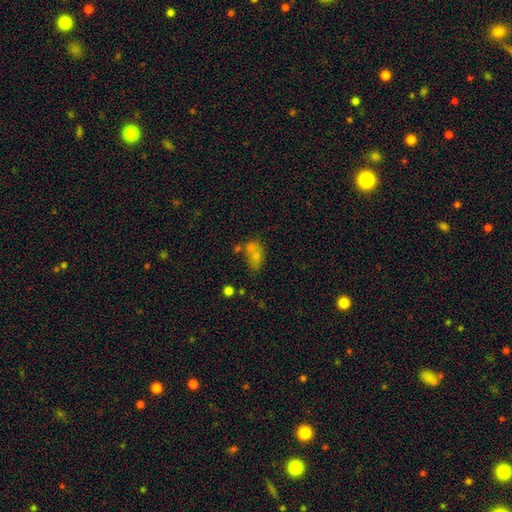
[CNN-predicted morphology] A smooth galaxy with no disk features (68%) that is in between round and cigar-shaped (80%). Merging: merger (44%).